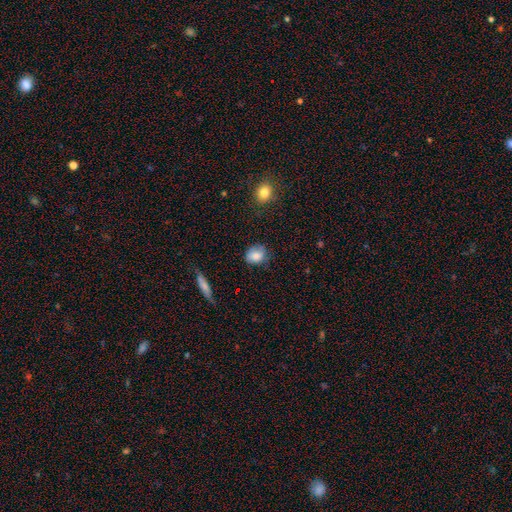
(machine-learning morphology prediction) Smooth or featured? smooth (80%)
How rounded? round (58%)
Merging? none (67%)